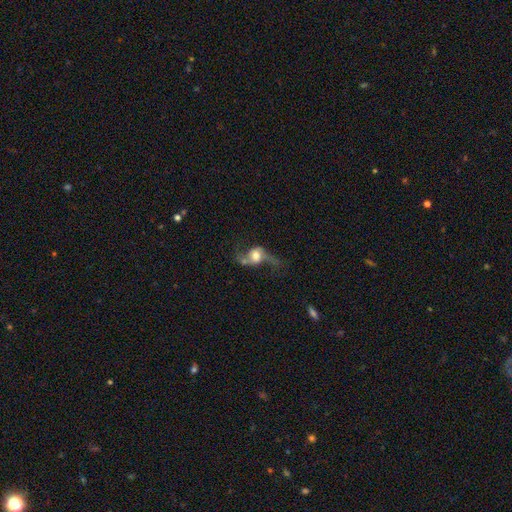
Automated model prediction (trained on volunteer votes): This is likely a featured or disk galaxy (70%). It is clearly not viewed edge-on (90%). Bar: likely no (61%). Spiral arm pattern: clearly yes (86%). Spiral arm count: clearly 2 (90%). Spiral winding: clearly loose (88%). Central bulge: marginally moderate (40%). Merging: possibly none (47%).